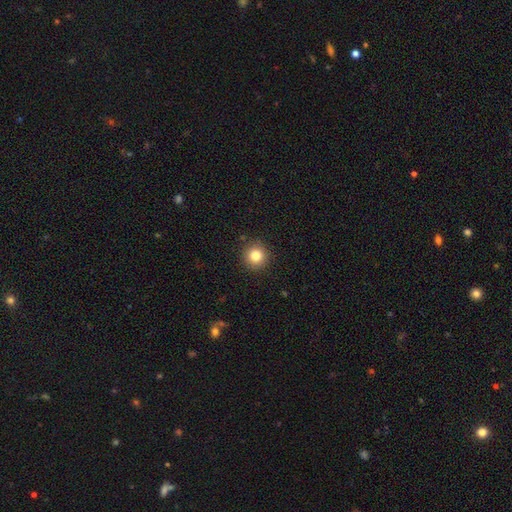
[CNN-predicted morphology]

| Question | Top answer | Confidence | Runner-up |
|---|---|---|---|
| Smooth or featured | smooth | 82% | star or artifact (11%) |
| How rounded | round | 94% | in between (5%) |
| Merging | none | 91% | minor disturbance (6%) |